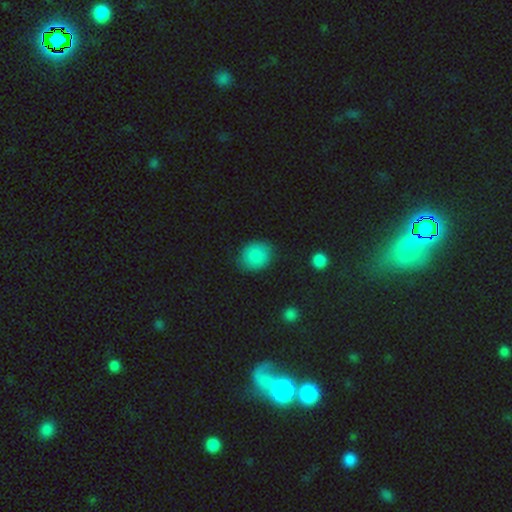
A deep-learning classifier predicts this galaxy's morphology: This is clearly a smooth galaxy (85%). How rounded: possibly round (55%). Merging: clearly none (82%).